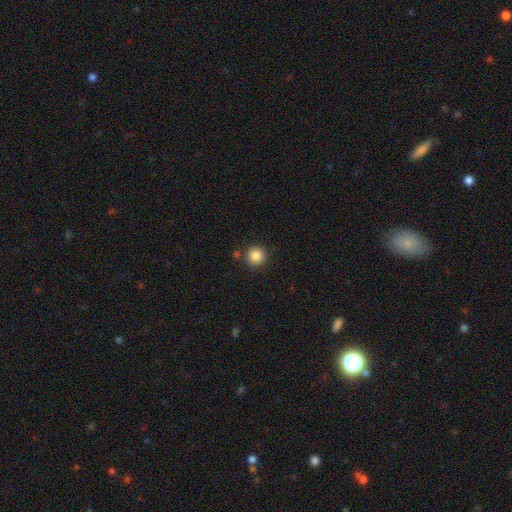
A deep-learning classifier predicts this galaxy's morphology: type=smooth (86%); roundness=round (95%); merging=none (86%).